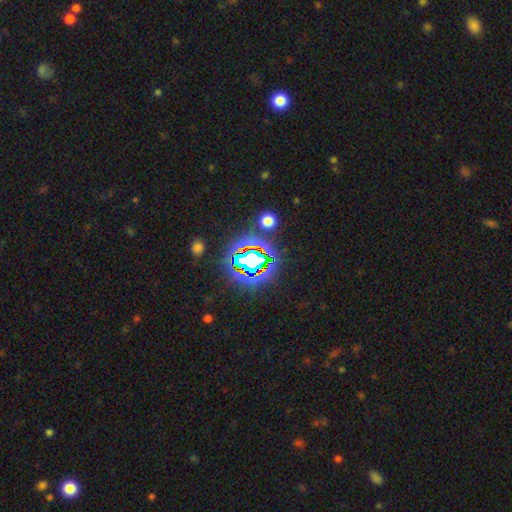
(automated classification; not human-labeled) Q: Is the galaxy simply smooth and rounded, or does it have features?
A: star or artifact — 80%.